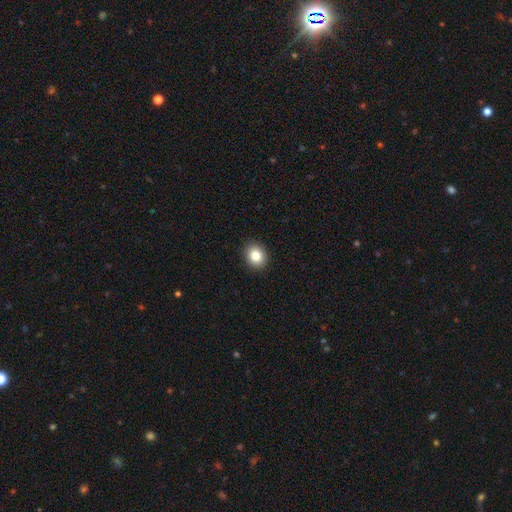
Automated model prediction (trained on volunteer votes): Smooth or featured? smooth (84%)
How rounded? round (58%)
Merging? none (91%)